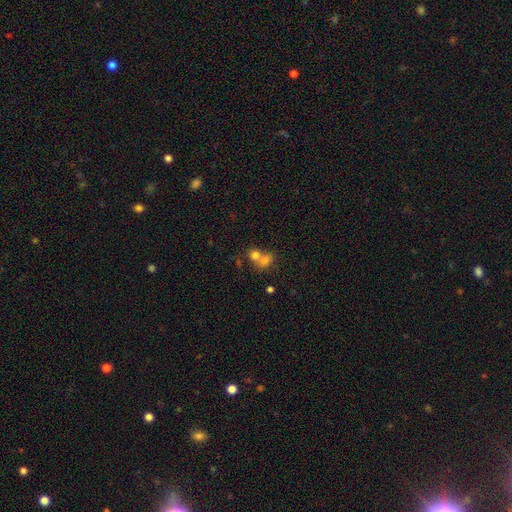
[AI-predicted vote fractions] This is likely a smooth galaxy (74%). How rounded: possibly round (59%). Merging: likely merger (63%).